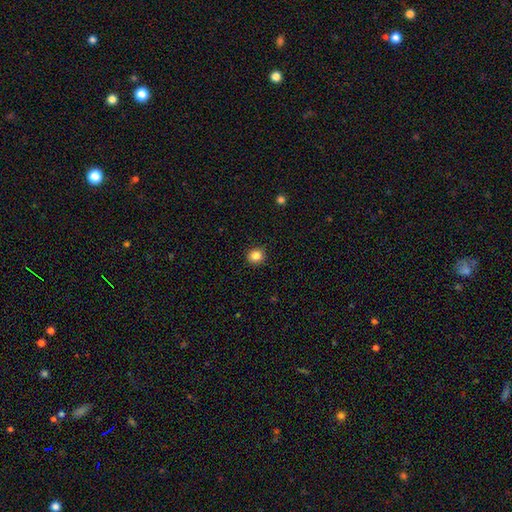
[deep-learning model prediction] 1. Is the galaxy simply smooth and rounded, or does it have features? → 85% smooth, 11% star or artifact, 4% featured or disk.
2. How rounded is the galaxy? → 88% round, 11% in between, 1% cigar-shaped.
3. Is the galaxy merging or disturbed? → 91% none, 6% minor disturbance, 2% major disturbance, 1% merger.